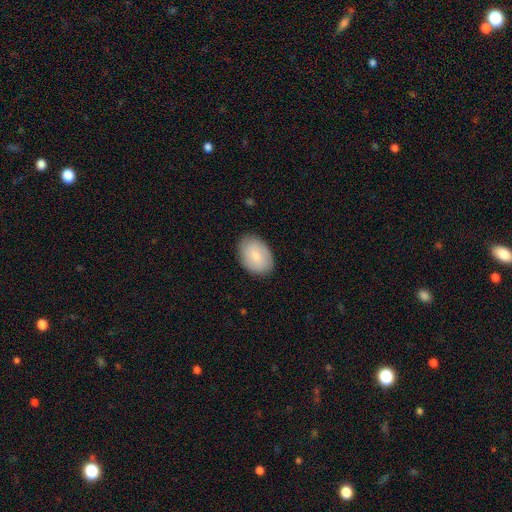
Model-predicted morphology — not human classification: Smooth or featured? Predicted: smooth (p=0.80). How rounded? Predicted: in between (p=0.86). Merging? Predicted: none (p=0.85).